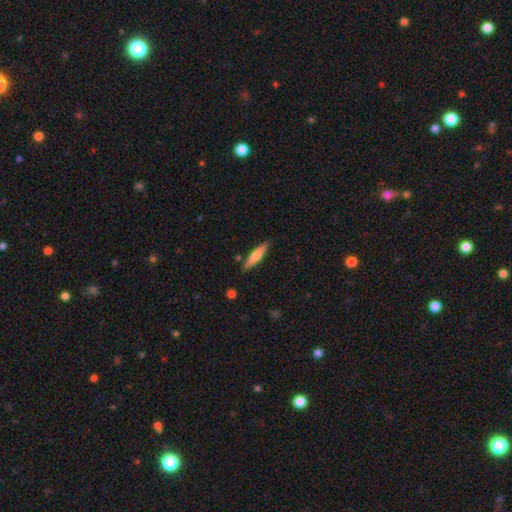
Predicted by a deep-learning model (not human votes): Smooth or featured? Predicted: smooth (p=0.72). How rounded? Predicted: cigar-shaped (p=0.80). Merging? Predicted: none (p=0.85).